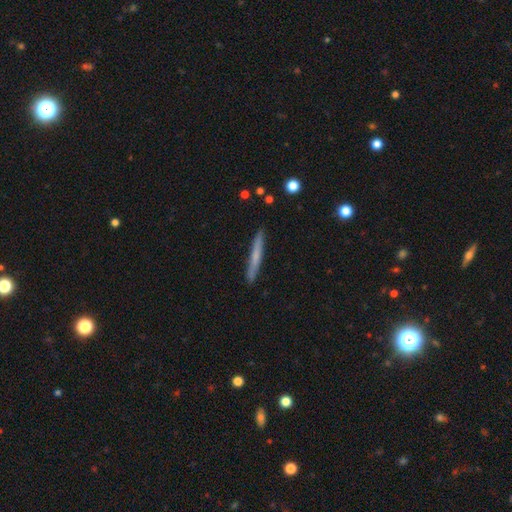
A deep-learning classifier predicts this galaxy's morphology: type=smooth (56%); roundness=cigar-shaped (96%); merging=none (90%).